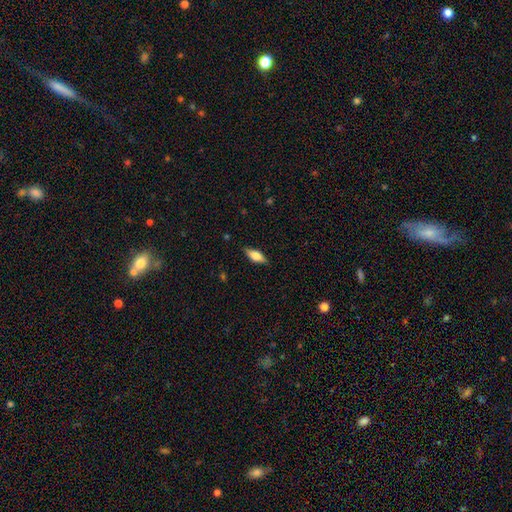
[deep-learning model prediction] Q: Smooth or featured?
A: smooth (59%); runner-up: featured or disk (34%)
Q: How rounded?
A: in between (69%); runner-up: cigar-shaped (28%)
Q: Merging?
A: none (85%); runner-up: minor disturbance (11%)